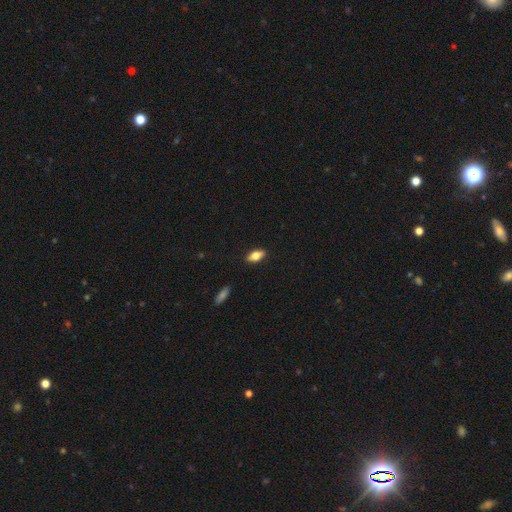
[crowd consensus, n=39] Smooth or featured? smooth (54%)
How rounded? in between (81%)
Merging? none (86%)